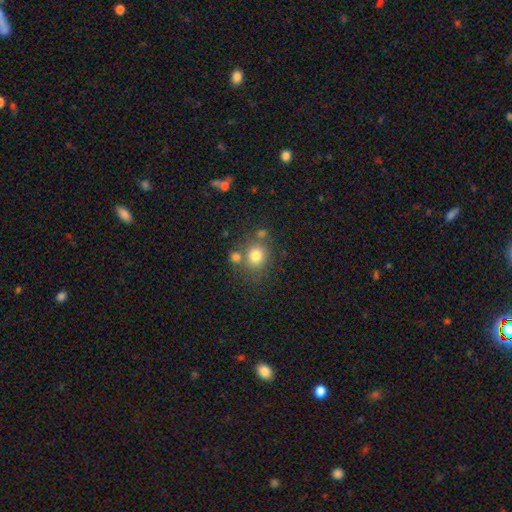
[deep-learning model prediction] A smooth galaxy with no disk features (78%) that is round (78%). Merging: none (66%).